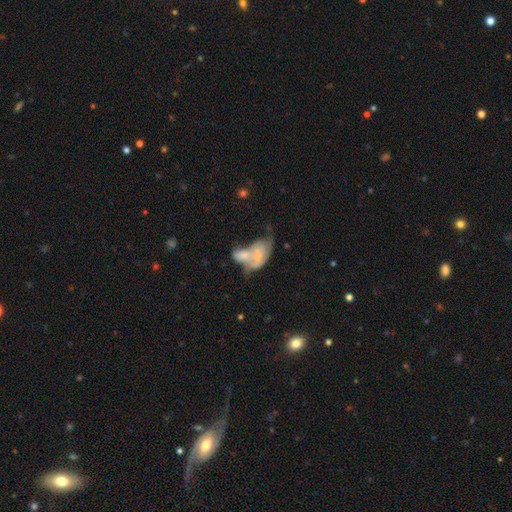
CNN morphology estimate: Q: Smooth or featured?
A: smooth (50%); runner-up: featured or disk (43%)
Q: Merging?
A: merger (70%); runner-up: major disturbance (11%)